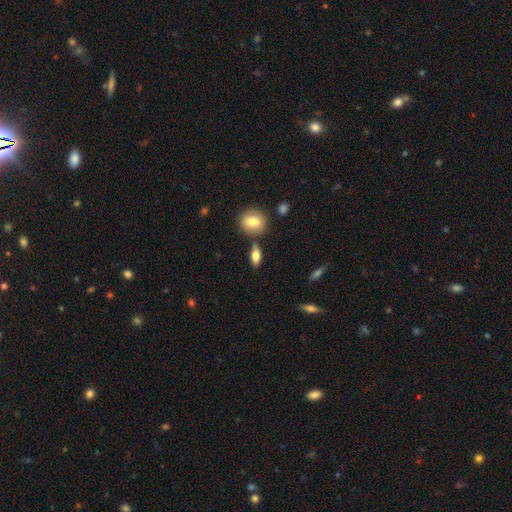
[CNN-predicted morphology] Smooth or featured? smooth (75%)
How rounded? in between (77%)
Merging? none (74%)